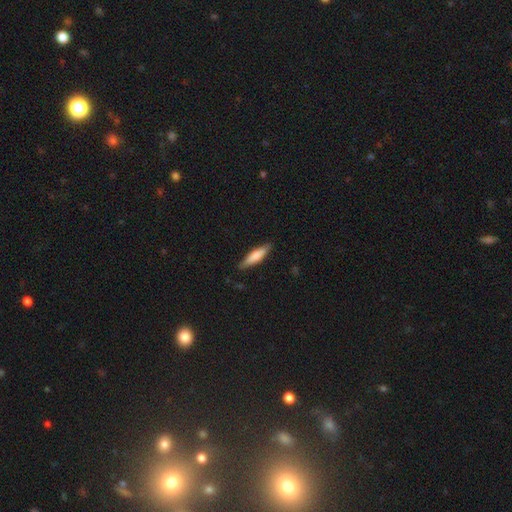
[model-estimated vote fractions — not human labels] Smooth or featured?
  - smooth: 64% *
  - featured or disk: 30%
  - star or artifact: 6%
How rounded?
  - cigar-shaped: 77% *
  - in between: 22%
  - round: 2%
Merging?
  - none: 86% *
  - minor disturbance: 11%
  - major disturbance: 2%
  - merger: 1%